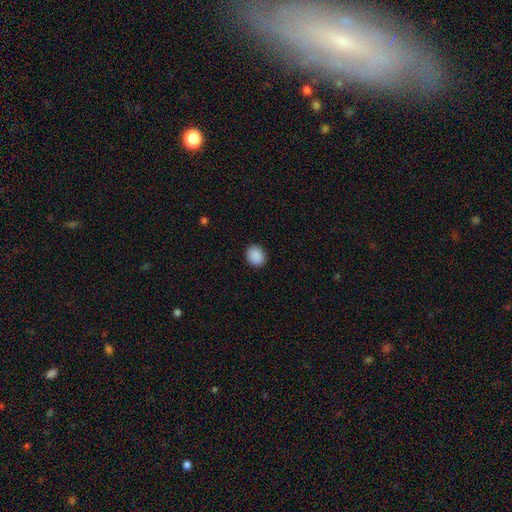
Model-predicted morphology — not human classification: Smooth or featured? smooth (90%)
How rounded? round (70%)
Merging? none (91%)